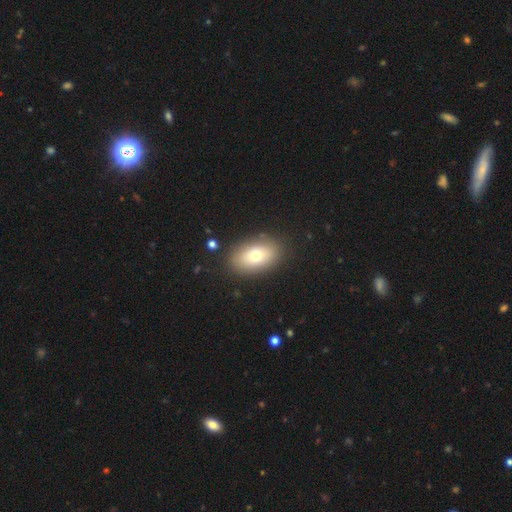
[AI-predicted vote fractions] Smooth or featured: smooth — 72% (featured or disk — 19%)
How rounded: in between — 87% (round — 12%)
Merging: none — 85% (minor disturbance — 10%)